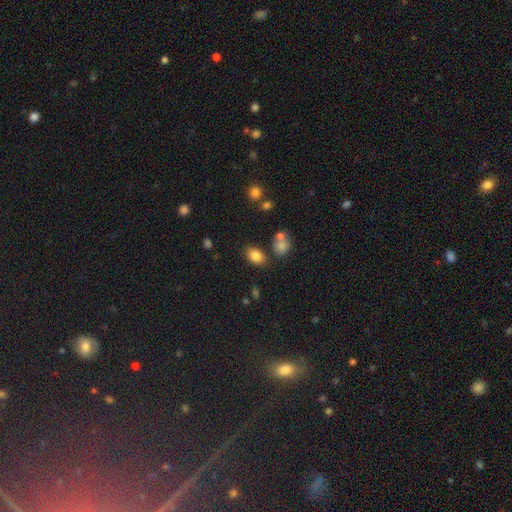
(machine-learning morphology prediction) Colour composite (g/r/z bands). It shows a smooth galaxy with no disk features (83%) that is in between round and cigar-shaped (83%). Merging: none (75%).